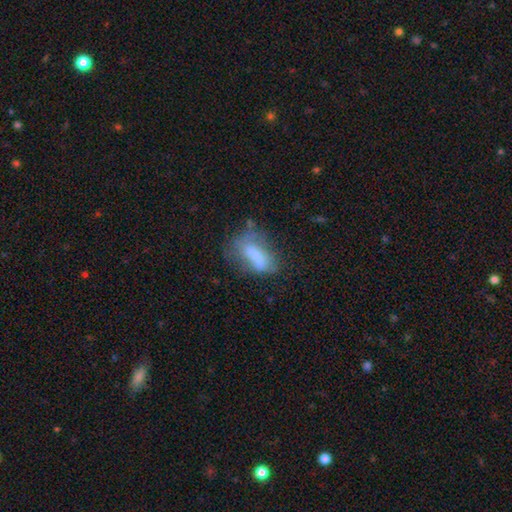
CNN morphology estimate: type=smooth (65%); roundness=in between (82%); merging=none (34%).